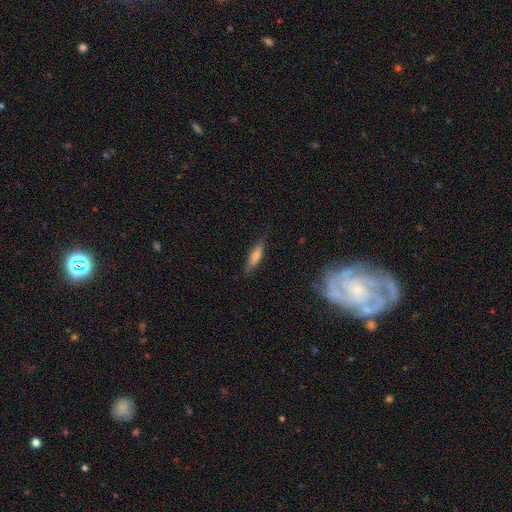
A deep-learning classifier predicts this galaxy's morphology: Smooth or featured? smooth (53%)
How rounded? cigar-shaped (70%)
Merging? none (81%)